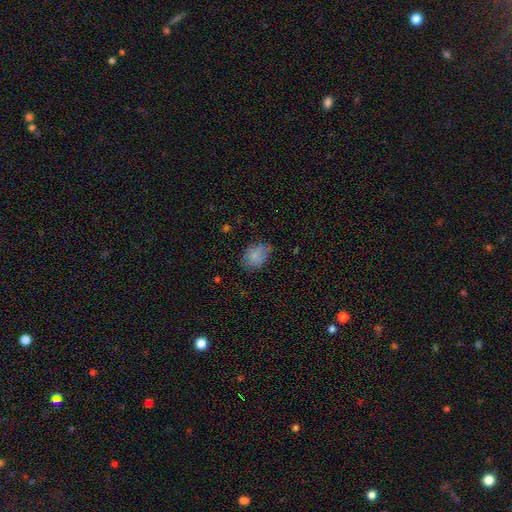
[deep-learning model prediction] Smooth or featured: smooth — 80% (featured or disk — 11%)
How rounded: in between — 68% (round — 31%)
Merging: none — 60% (minor disturbance — 30%)